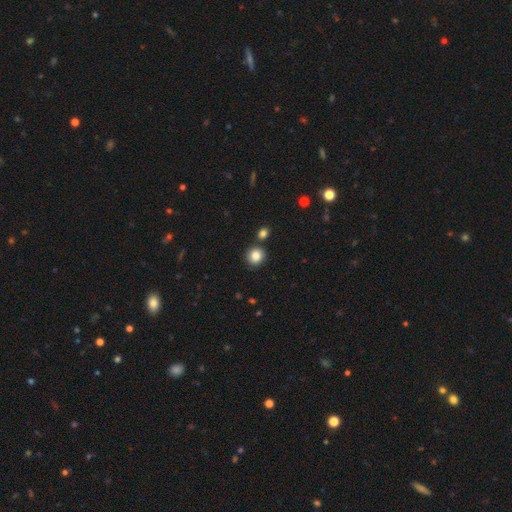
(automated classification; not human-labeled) A smooth galaxy with no disk features (86%) that is round (86%). Merging: none (80%).